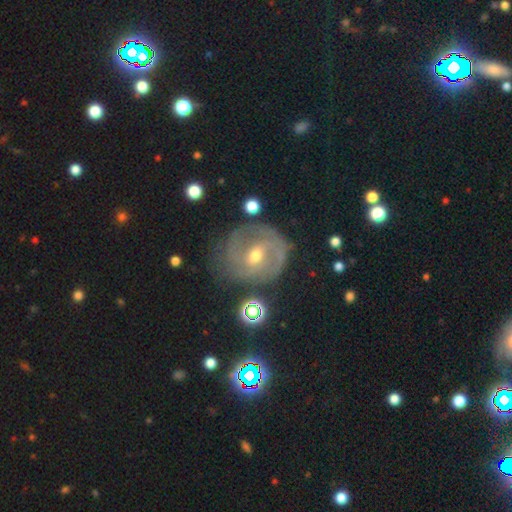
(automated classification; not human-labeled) A featured or disk galaxy (80%) with a weak bar (51%), 2 (44%) tight (53%) spiral arms (90%) and a moderate central bulge (56%).

Vote fractions:
- Smooth or featured? featured or disk: 80% / smooth: 12% / star or artifact: 8%
- Edge-on disk? no: 97% / yes: 3%
- Bar? weak: 51% / no: 30% / strong: 18%
- Spiral arms? yes: 90% / no: 10%
- Spiral winding? tight: 53% / medium: 36% / loose: 11%
- Spiral arm count? 2: 44% / can't tell: 27% / 3: 15% / 1: 6% / 4: 5% / more than 4: 4%
- Bulge size? moderate: 56% / small: 40% / large: 2% / none: 1% / dominant: 1%
- Merging? none: 67% / minor disturbance: 20% / major disturbance: 10% / merger: 3%